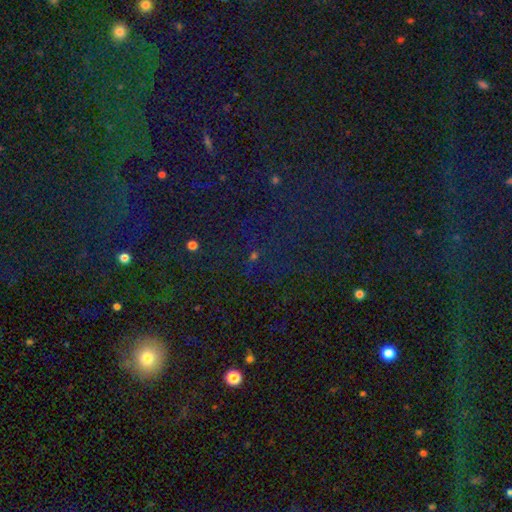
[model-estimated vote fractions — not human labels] The model was most divided on "smooth or featured": star or artifact: 65%, smooth: 25%, featured or disk: 10%.